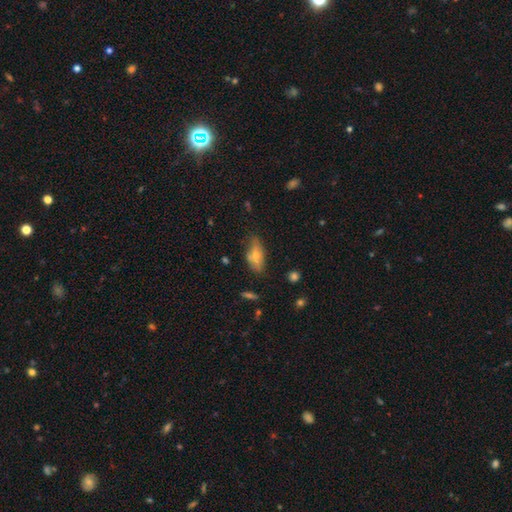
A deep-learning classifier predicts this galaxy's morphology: This is possibly a smooth galaxy (55%). How rounded: likely in between (76%). Merging: likely none (65%).